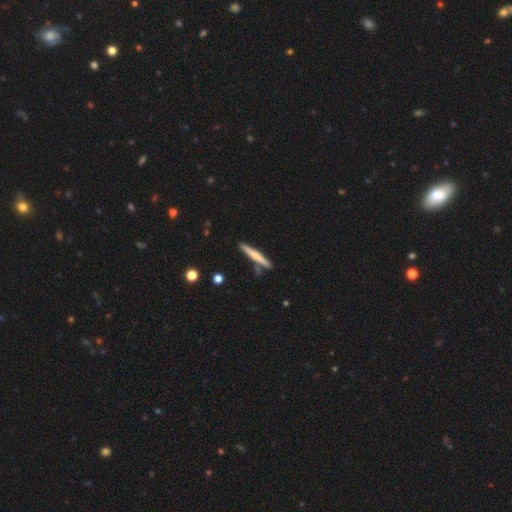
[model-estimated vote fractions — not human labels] A smooth galaxy with no disk features (52%) that is cigar-shaped (95%). Merging: none (82%).